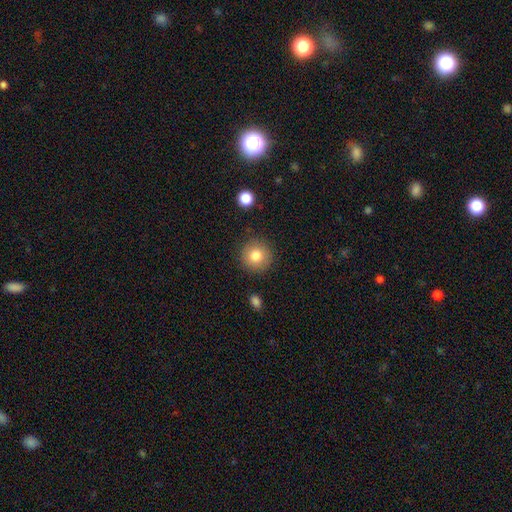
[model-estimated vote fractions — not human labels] smooth_or_featured: smooth (p=0.81) [alt: featured or disk p=0.10]
how_rounded: round (p=0.94) [alt: in between p=0.05]
merging: none (p=0.88) [alt: minor disturbance p=0.07]